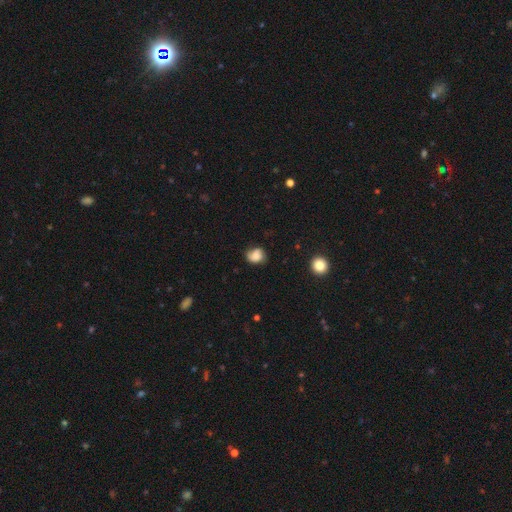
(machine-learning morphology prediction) type=smooth (63%); roundness=round (61%); merging=none (66%).